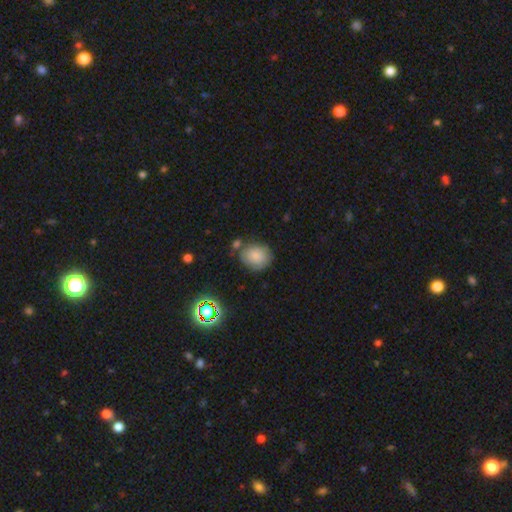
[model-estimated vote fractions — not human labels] smooth-or-featured: smooth: 79% | star or artifact: 10% | featured or disk: 10%
  how-rounded: round: 63% | in between: 36% | cigar-shaped: 1%
  merging: none: 66% | minor disturbance: 18% | merger: 11% | major disturbance: 6%